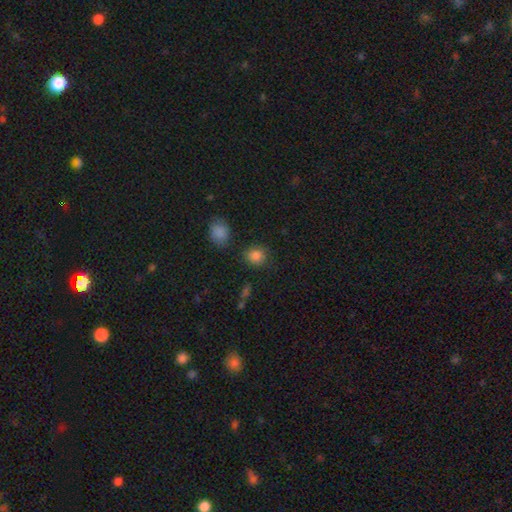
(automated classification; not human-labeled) This appears to be a smooth galaxy with no disk features (85%) that is round (77%). Merging: none (79%).